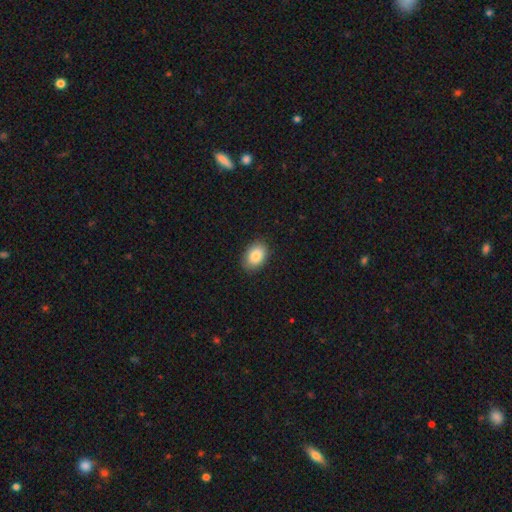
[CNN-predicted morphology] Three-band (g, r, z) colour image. It shows a smooth galaxy with no disk features (86%) that is in between round and cigar-shaped (84%). Merging: none (87%).